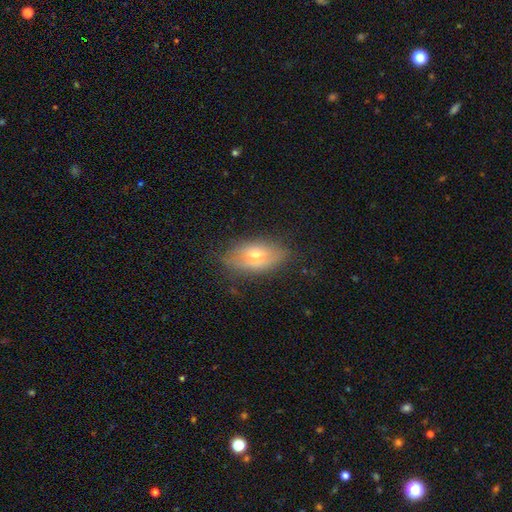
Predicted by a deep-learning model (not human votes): smooth_or_featured: smooth (p=0.57) [alt: featured or disk p=0.33]
how_rounded: in between (p=0.87) [alt: round p=0.06]
merging: none (p=0.74) [alt: minor disturbance p=0.19]